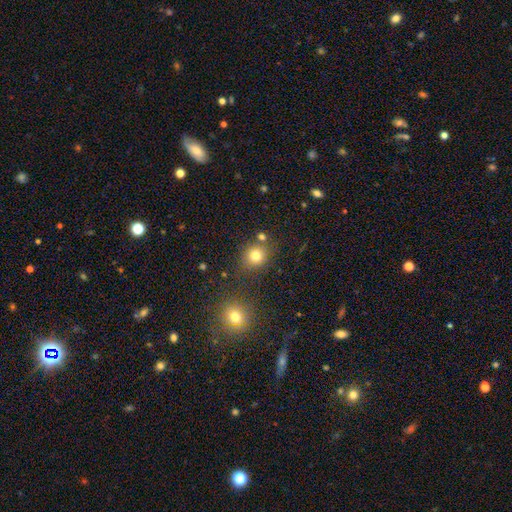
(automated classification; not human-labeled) Smooth or featured? Predicted: smooth (p=0.78). How rounded? Predicted: round (p=0.80). Merging? Predicted: none (p=0.76).